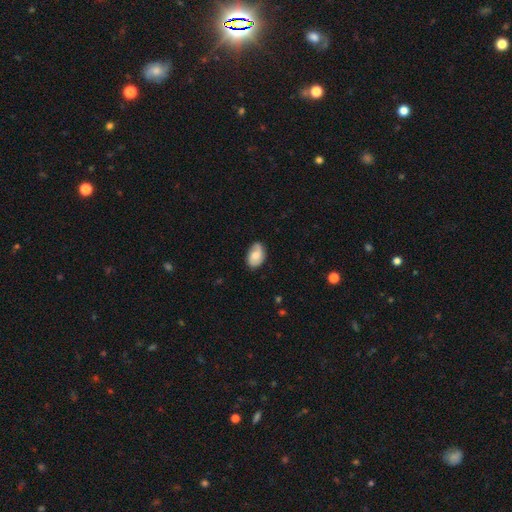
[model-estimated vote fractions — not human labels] Smooth or featured? smooth (60%)
How rounded? in between (87%)
Merging? none (71%)